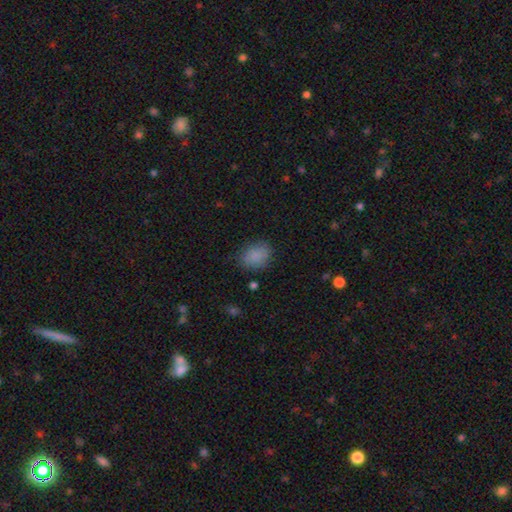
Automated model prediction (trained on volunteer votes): Smooth or featured?
  - smooth: 86% *
  - star or artifact: 9%
  - featured or disk: 5%
How rounded?
  - in between: 67% *
  - round: 31%
  - cigar-shaped: 1%
Merging?
  - none: 78% *
  - minor disturbance: 16%
  - major disturbance: 4%
  - merger: 1%